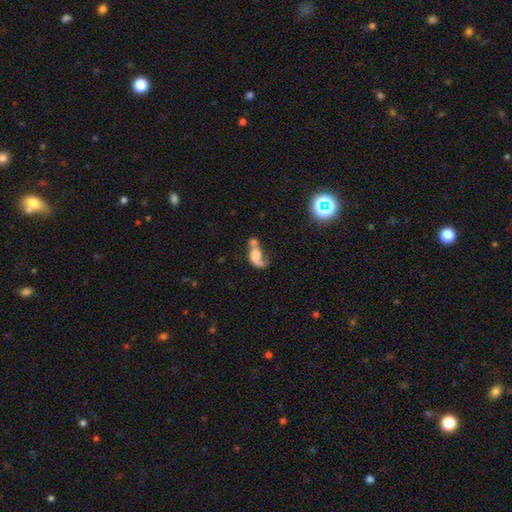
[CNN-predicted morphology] This is possibly a featured or disk galaxy (52%). It is clearly not viewed edge-on (96%). Merging: marginally merger (44%).